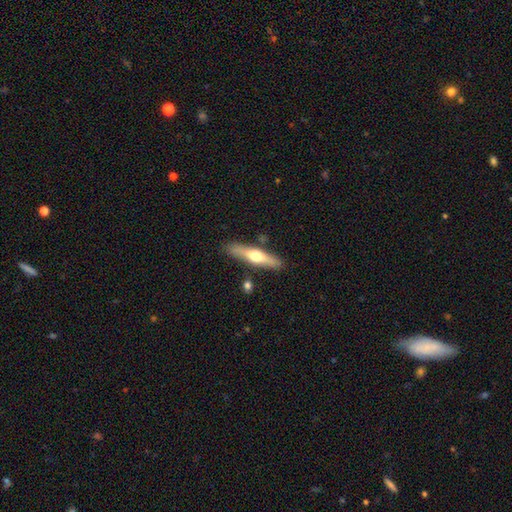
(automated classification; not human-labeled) Overall: featured or disk (55%; smooth 40%). Edge-on disk: yes (93%). Edge-on bulge: rounded (94%). Merging: none (85%).